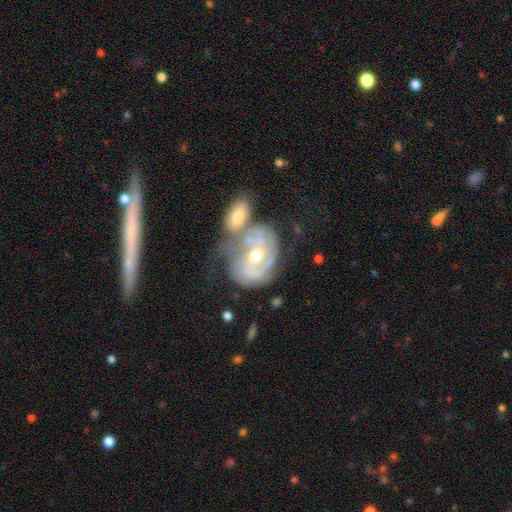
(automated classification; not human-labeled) Overall: featured or disk (80%). Edge-on disk: no (95%). Bar: no (60%; weak 29%). Spiral arms: yes (89%). Spiral arm count: can't tell (34%; 2 33%). Spiral winding: tight (62%; medium 29%). Bulge size: moderate (67%; small 28%). Merging: none (37%, tied with merger).